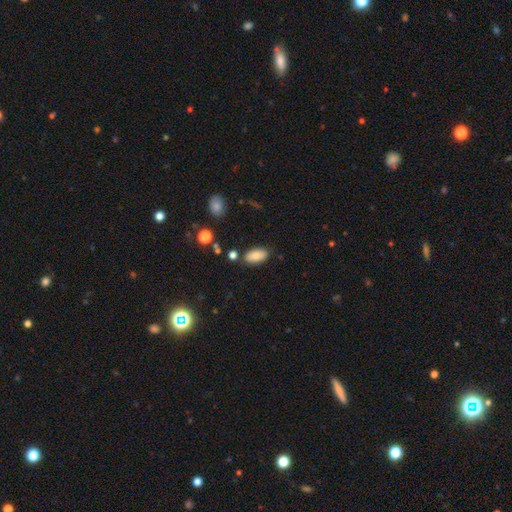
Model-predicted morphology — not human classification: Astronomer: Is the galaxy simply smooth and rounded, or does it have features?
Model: smooth — 83%.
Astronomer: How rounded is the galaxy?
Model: in between — 92%.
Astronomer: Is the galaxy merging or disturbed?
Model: none — 83%.